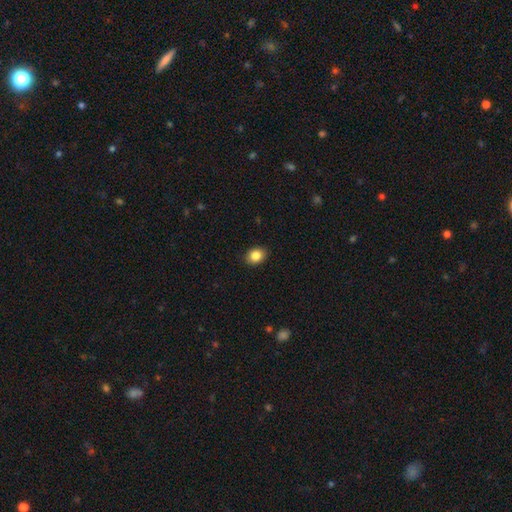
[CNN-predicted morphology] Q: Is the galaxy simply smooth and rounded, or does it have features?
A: smooth — 85%.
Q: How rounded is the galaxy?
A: in between — 55%.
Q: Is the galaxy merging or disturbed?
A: none — 90%.